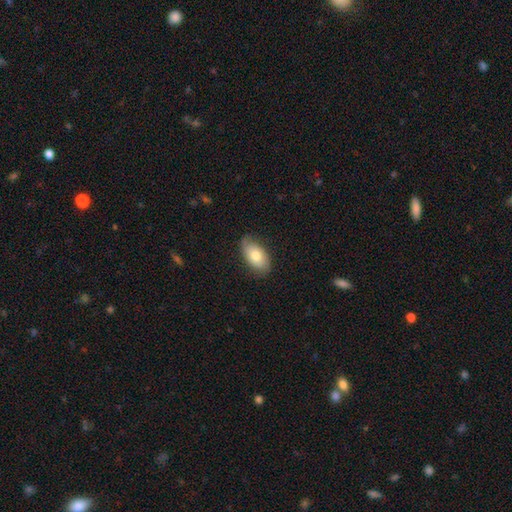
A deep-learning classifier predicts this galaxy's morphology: Smooth or featured? smooth (71%)
How rounded? in between (93%)
Merging? none (73%)